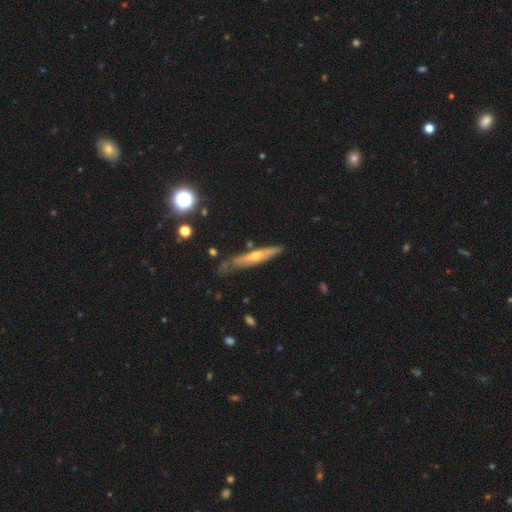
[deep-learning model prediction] Smooth or featured? Predicted: featured or disk (p=0.61). Edge-on disk? Predicted: yes (p=0.85). Edge-on bulge? Predicted: rounded (p=0.76). Merging? Predicted: none (p=0.68).